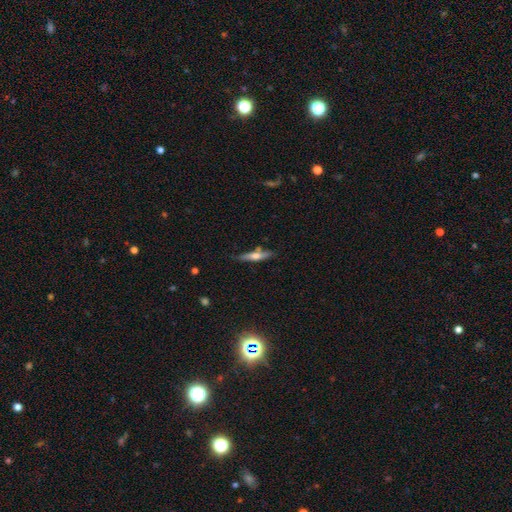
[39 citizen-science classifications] Morphology: type=smooth (51%); roundness=cigar-shaped (90%); merging=none (77%).